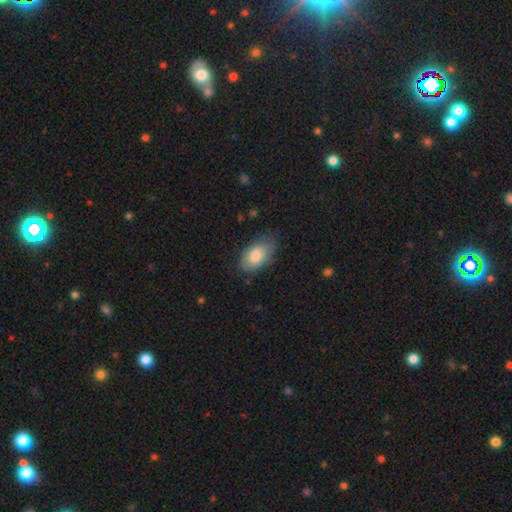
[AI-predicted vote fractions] The model was most divided on "merging": none: 67%, minor disturbance: 25%, major disturbance: 6%, merger: 1%. More confident: how rounded — in between (93%); smooth or featured — smooth (83%).